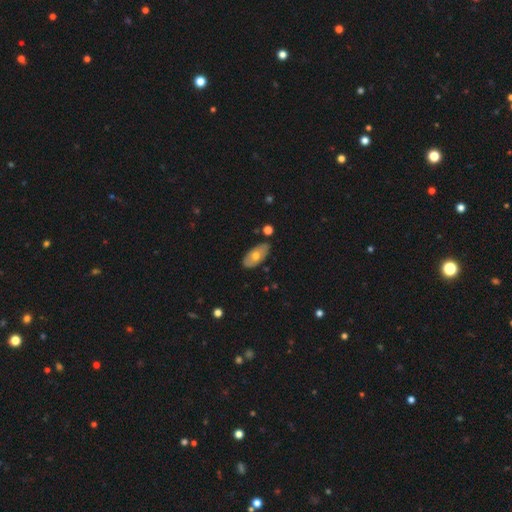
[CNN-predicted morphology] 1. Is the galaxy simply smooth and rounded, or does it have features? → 59% smooth, 35% featured or disk, 6% star or artifact.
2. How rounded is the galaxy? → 91% in between, 5% cigar-shaped, 4% round.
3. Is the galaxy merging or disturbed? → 79% none, 16% minor disturbance, 3% merger, 3% major disturbance.